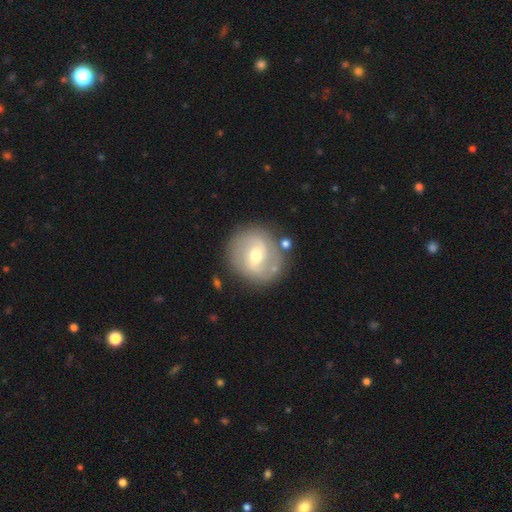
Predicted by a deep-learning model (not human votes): The model was most divided on "spiral winding": medium: 45%, tight: 32%, loose: 23%. More confident: edge-on disk — no (98%); spiral arms — yes (83%); spiral arm count — 2 (82%); merging — none (81%); smooth or featured — featured or disk (71%); bulge size — moderate (68%); bar — weak (53%).